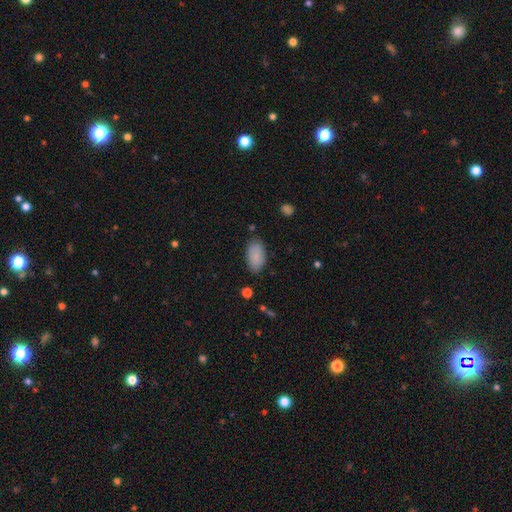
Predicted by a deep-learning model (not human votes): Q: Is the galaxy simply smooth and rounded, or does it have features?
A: smooth — 87%.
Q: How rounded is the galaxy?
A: in between — 95%.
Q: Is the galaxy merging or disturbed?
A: none — 82%.